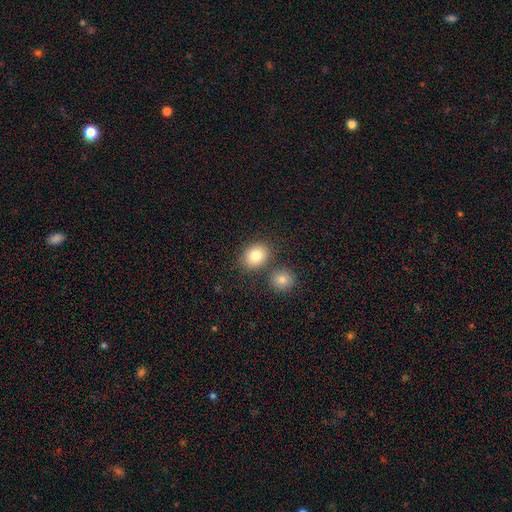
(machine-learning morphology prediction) Smooth or featured? smooth (83%)
How rounded? round (50%)
Merging? none (71%)